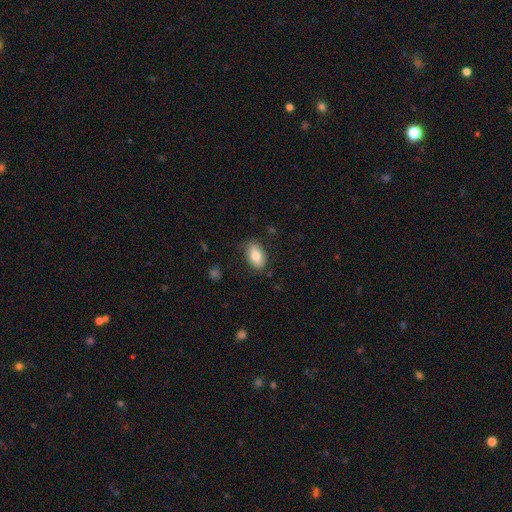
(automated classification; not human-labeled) The model was most divided on "smooth or featured": smooth: 76%, featured or disk: 16%, star or artifact: 7%. More confident: how rounded — in between (90%); merging — none (80%).